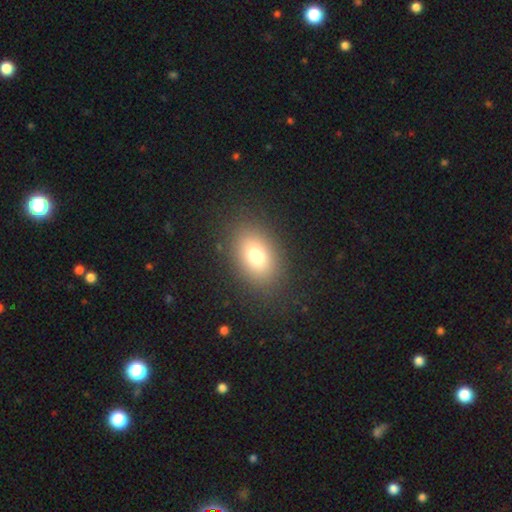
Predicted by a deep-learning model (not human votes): This is likely a smooth galaxy (75%). How rounded: likely in between (76%). Merging: clearly none (86%).